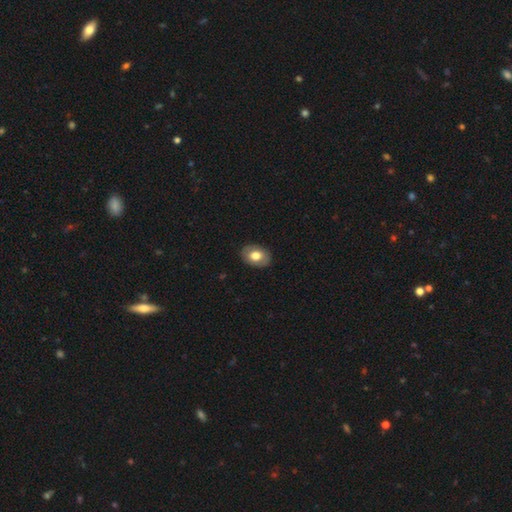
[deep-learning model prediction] This appears to be a smooth galaxy with no disk features (69%) that is in between round and cigar-shaped (76%). Merging: none (87%).